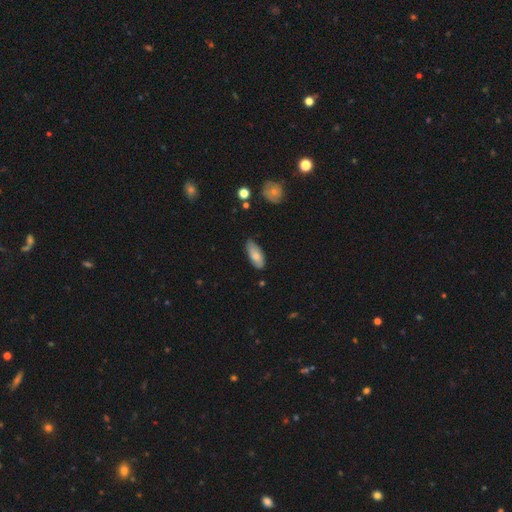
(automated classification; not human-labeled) The model was most divided on "merging": none: 75%, minor disturbance: 21%, major disturbance: 3%, merger: 2%. More confident: how rounded — in between (82%); smooth or featured — smooth (77%).